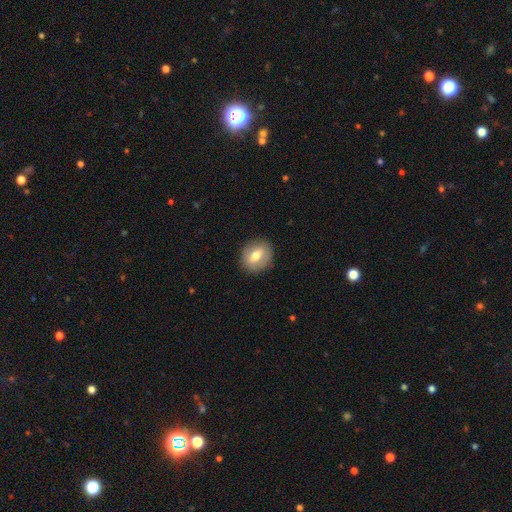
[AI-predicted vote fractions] Overall: smooth (67%). How rounded: round (60%; in between 39%). Merging: none (87%).